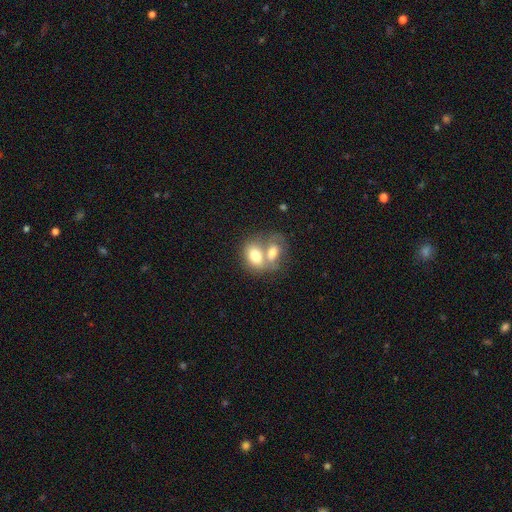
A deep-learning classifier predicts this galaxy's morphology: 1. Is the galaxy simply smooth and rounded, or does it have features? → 74% smooth, 19% featured or disk, 7% star or artifact.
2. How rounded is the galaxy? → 81% in between, 17% round, 2% cigar-shaped.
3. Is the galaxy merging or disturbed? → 70% merger, 19% none, 7% minor disturbance, 4% major disturbance.